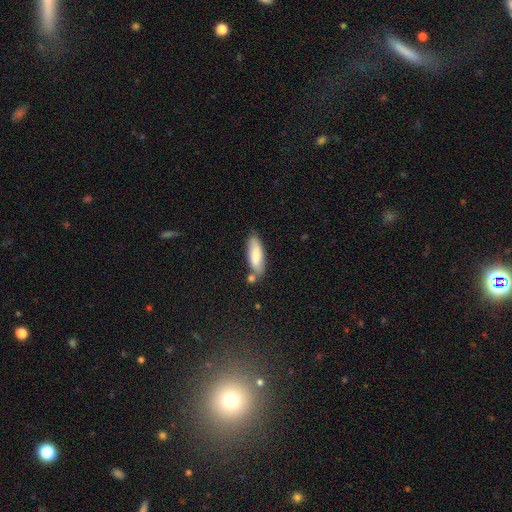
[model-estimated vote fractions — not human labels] A smooth galaxy with no disk features (79%) that is in between round and cigar-shaped (54%).

Vote fractions:
- Smooth or featured? smooth: 79% / featured or disk: 15% / star or artifact: 6%
- How rounded? in between: 54% / cigar-shaped: 45% / round: 2%
- Merging? none: 67% / minor disturbance: 17% / merger: 12% / major disturbance: 4%